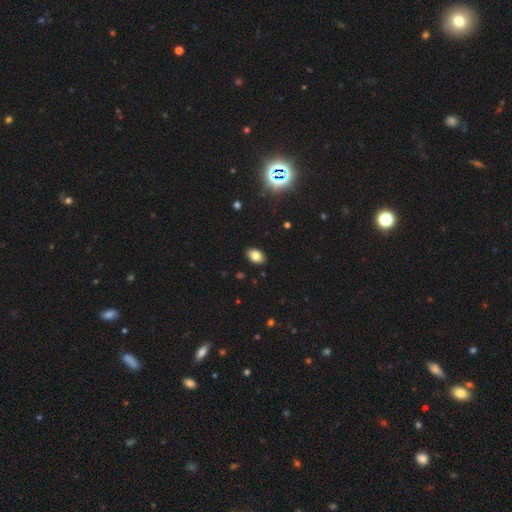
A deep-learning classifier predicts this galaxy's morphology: Smooth or featured?
  - smooth: 81% *
  - star or artifact: 11%
  - featured or disk: 8%
How rounded?
  - in between: 87% *
  - round: 12%
  - cigar-shaped: 1%
Merging?
  - none: 90% *
  - minor disturbance: 8%
  - major disturbance: 2%
  - merger: 1%